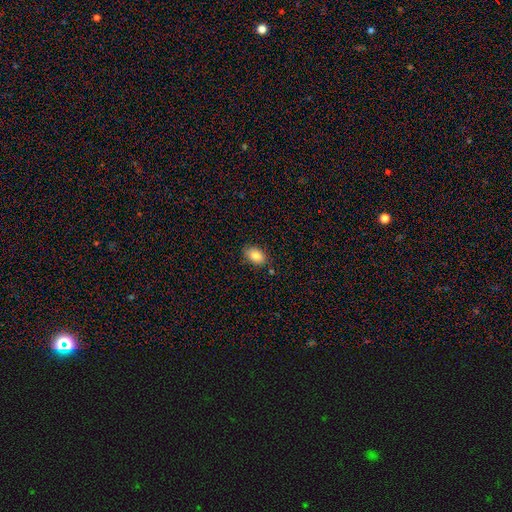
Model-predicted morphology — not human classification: Overall: smooth (84%). How rounded: in between (88%). Merging: none (83%).